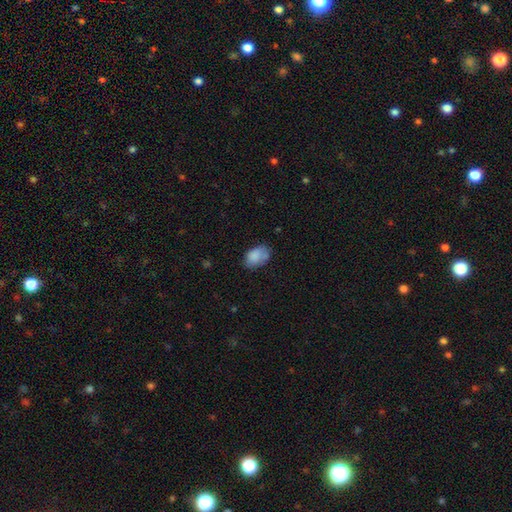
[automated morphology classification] type=smooth (82%); roundness=in between (87%); merging=none (62%).